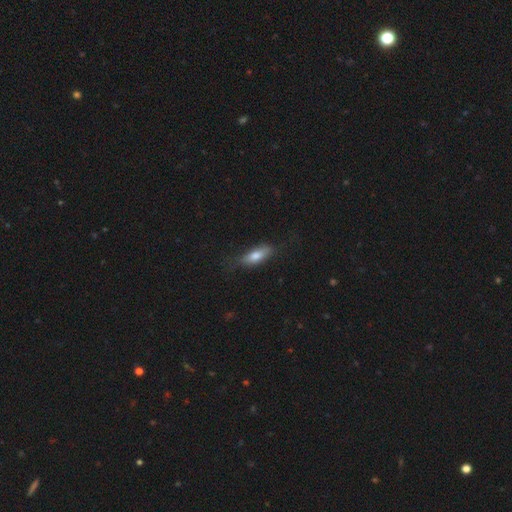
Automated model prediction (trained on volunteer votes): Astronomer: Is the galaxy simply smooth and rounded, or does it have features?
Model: smooth — 73%.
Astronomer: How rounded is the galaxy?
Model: in between — 66%.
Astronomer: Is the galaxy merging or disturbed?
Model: none — 66%.